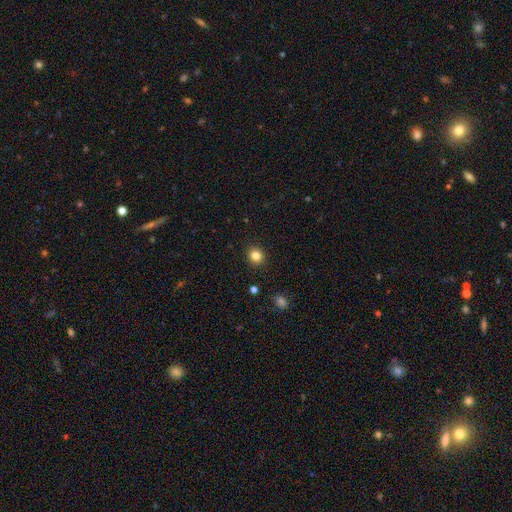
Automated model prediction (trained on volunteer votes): Smooth or featured? Predicted: smooth (p=0.84). How rounded? Predicted: round (p=0.81). Merging? Predicted: none (p=0.91).